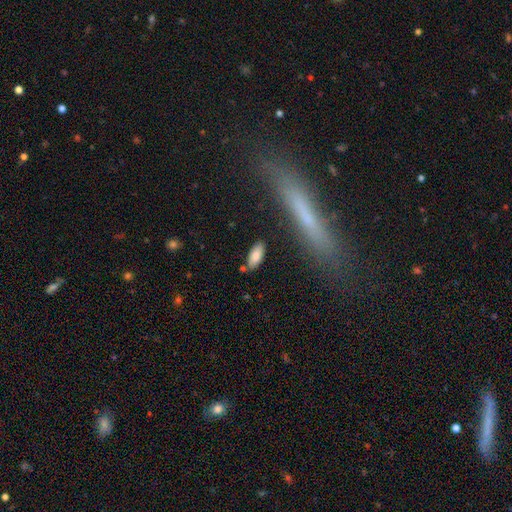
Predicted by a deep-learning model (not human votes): Smooth or featured?
  - smooth: 83% *
  - featured or disk: 10%
  - star or artifact: 7%
How rounded?
  - in between: 81% *
  - cigar-shaped: 17%
  - round: 2%
Merging?
  - none: 80% *
  - minor disturbance: 13%
  - merger: 4%
  - major disturbance: 3%